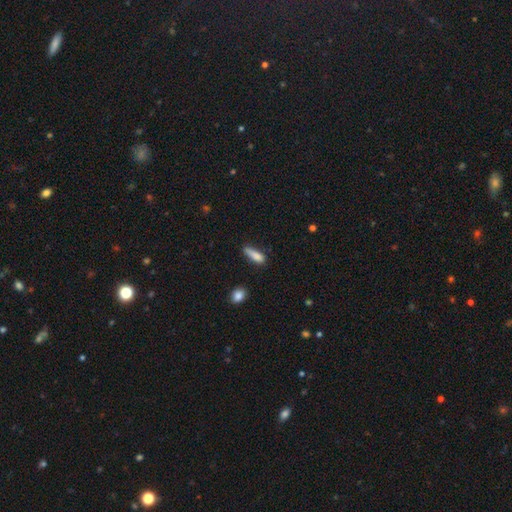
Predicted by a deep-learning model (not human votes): smooth_or_featured: smooth (p=0.83) [alt: featured or disk p=0.10]
how_rounded: cigar-shaped (p=0.58) [alt: in between p=0.39]
merging: none (p=0.57) [alt: minor disturbance p=0.31]